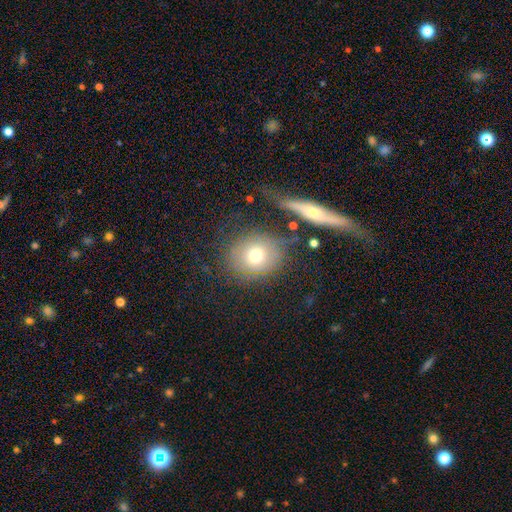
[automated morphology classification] Smooth or featured? smooth (64%)
How rounded? round (72%)
Merging? none (66%)